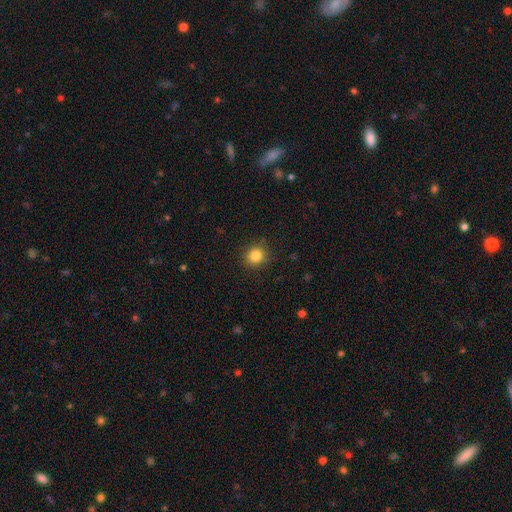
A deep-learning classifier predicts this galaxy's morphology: A smooth galaxy with no disk features (84%) that is round (87%). Merging: none (89%).